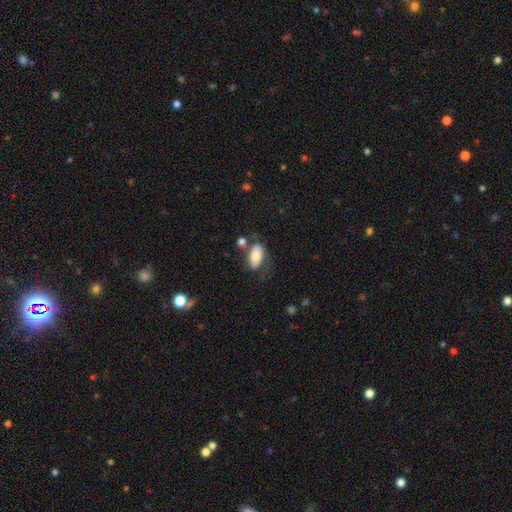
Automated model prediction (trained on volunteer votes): smooth 74%, featured or disk 20%, star or artifact 7%. Down the decision tree: how rounded — in between (91%); merging — none (58%).